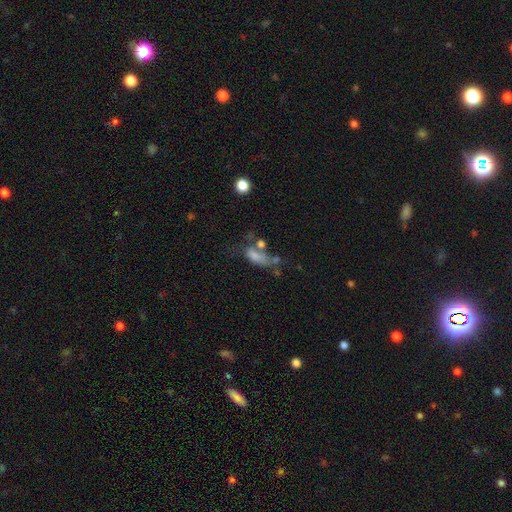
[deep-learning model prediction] smooth 63%, featured or disk 23%, star or artifact 14%. Down the decision tree: how rounded — in between (78%); merging — merger (31%).